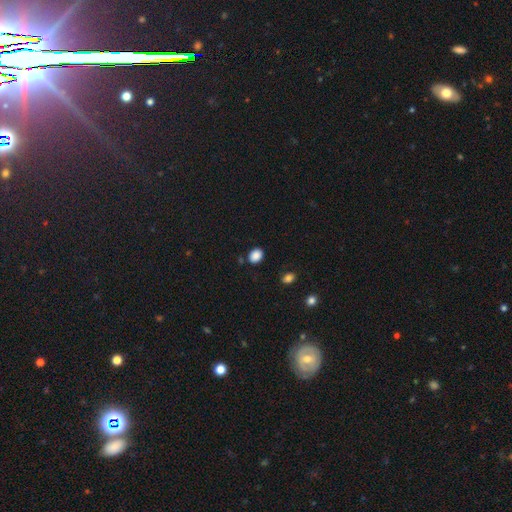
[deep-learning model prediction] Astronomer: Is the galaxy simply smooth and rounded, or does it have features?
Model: smooth — 87%.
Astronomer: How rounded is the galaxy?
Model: in between — 54% (runner-up: round, 46%).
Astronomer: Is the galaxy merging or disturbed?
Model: none — 83%.